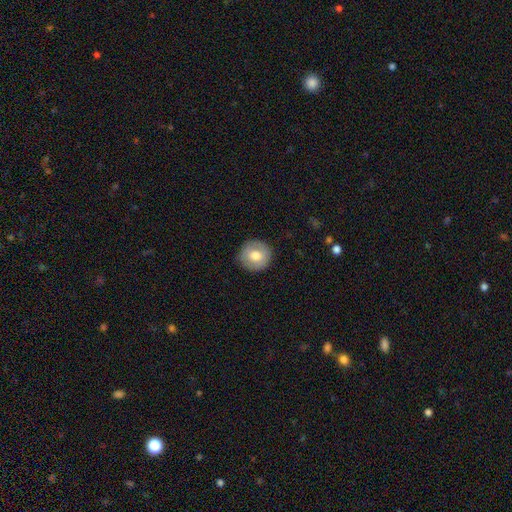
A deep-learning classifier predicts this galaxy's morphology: Q: Smooth or featured?
A: smooth (72%); runner-up: featured or disk (21%)
Q: How rounded?
A: round (92%); runner-up: in between (7%)
Q: Merging?
A: none (89%); runner-up: minor disturbance (8%)